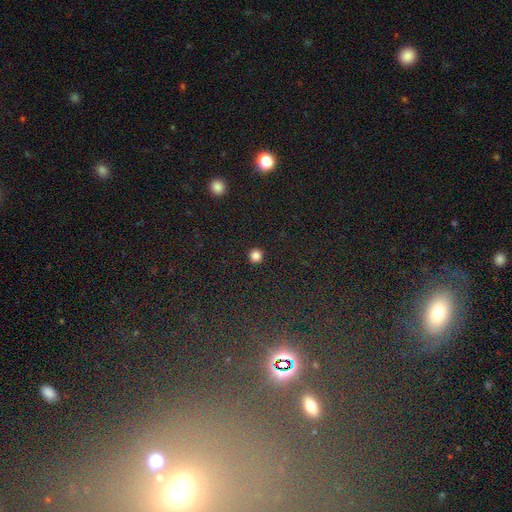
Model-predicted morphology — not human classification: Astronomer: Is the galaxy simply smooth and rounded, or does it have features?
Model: smooth — 83%.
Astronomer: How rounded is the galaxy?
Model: round — 94%.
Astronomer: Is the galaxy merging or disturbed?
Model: none — 93%.